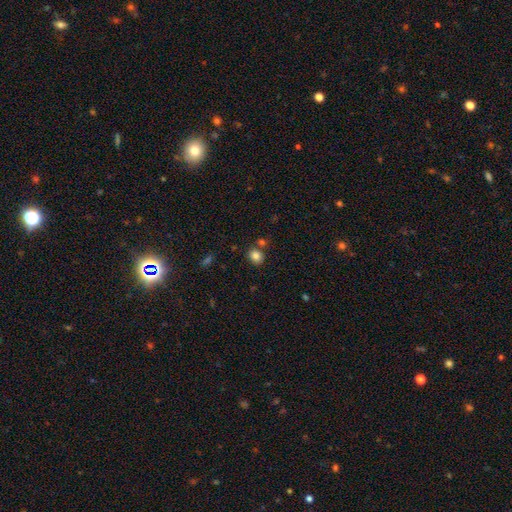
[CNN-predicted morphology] A smooth galaxy with no disk features (84%) that is round (59%).

Vote fractions:
- Smooth or featured? smooth: 84% / star or artifact: 11% / featured or disk: 6%
- How rounded? round: 59% / in between: 40% / cigar-shaped: 1%
- Merging? none: 75% / merger: 12% / minor disturbance: 10% / major disturbance: 3%